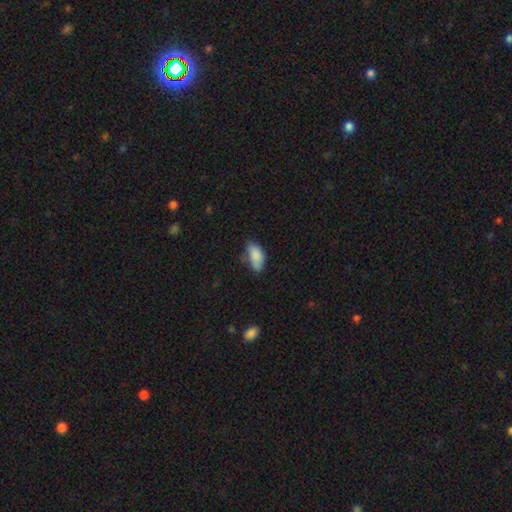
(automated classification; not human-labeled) The model was most divided on "merging": none: 52%, minor disturbance: 35%, major disturbance: 9%, merger: 4%. More confident: how rounded — in between (90%); smooth or featured — smooth (83%).